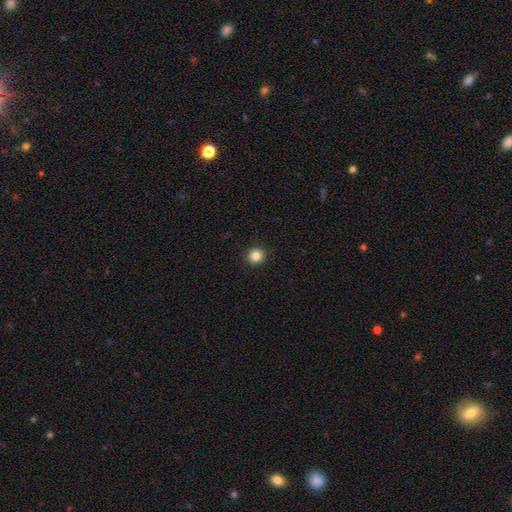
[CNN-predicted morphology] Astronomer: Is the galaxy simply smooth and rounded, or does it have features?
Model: smooth — 85%.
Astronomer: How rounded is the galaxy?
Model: round — 94%.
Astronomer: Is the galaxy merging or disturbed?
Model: none — 93%.